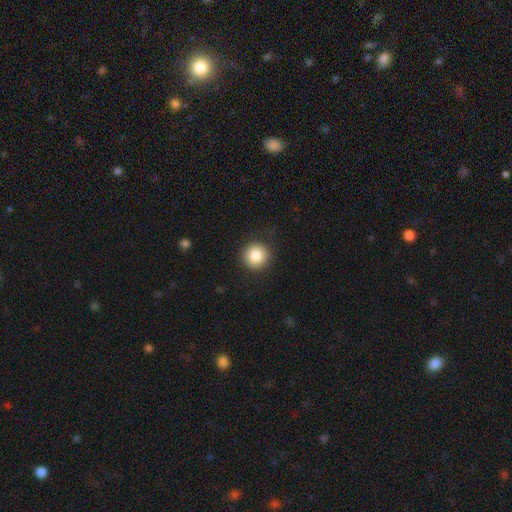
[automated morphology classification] smooth 85%, star or artifact 9%, featured or disk 6%. Down the decision tree: how rounded — round (95%); merging — none (89%).